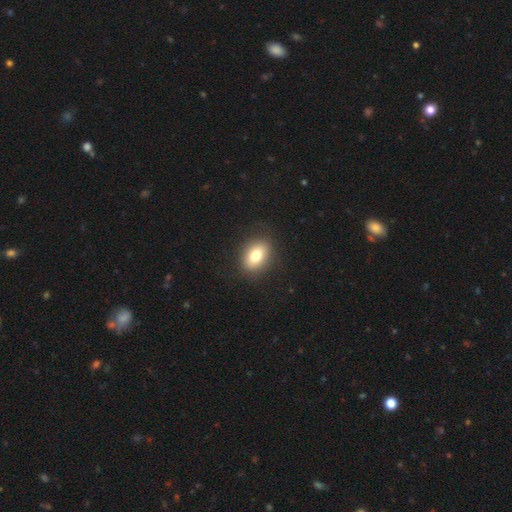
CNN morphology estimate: Smooth or featured?
  - smooth: 78% *
  - featured or disk: 13%
  - star or artifact: 9%
How rounded?
  - in between: 77% *
  - round: 21%
  - cigar-shaped: 2%
Merging?
  - none: 86% *
  - minor disturbance: 10%
  - major disturbance: 3%
  - merger: 1%